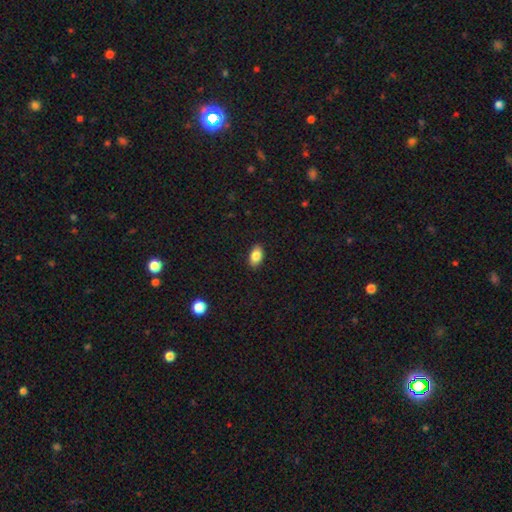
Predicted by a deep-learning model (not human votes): smooth 85%, star or artifact 8%, featured or disk 7%. Down the decision tree: how rounded — in between (92%); merging — none (90%).